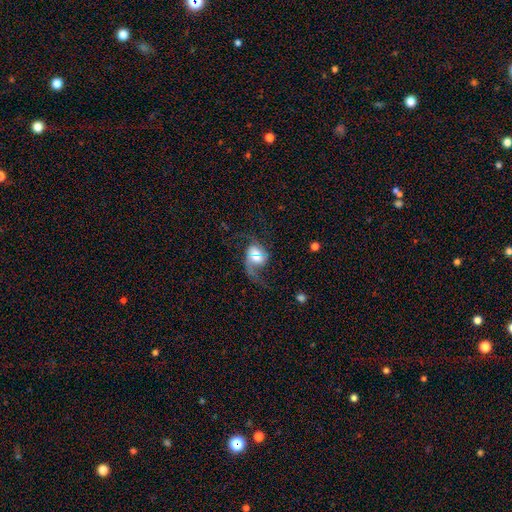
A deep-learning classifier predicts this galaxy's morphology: Smooth or featured? Predicted: featured or disk (p=0.64). Edge-on disk? Predicted: no (p=0.97). Bar? Predicted: no (p=0.54). Spiral arms? Predicted: yes (p=0.85). Spiral winding? Predicted: loose (p=0.71). Spiral arm count? Predicted: 2 (p=0.70). Bulge size? Predicted: moderate (p=0.53). Merging? Predicted: none (p=0.35).